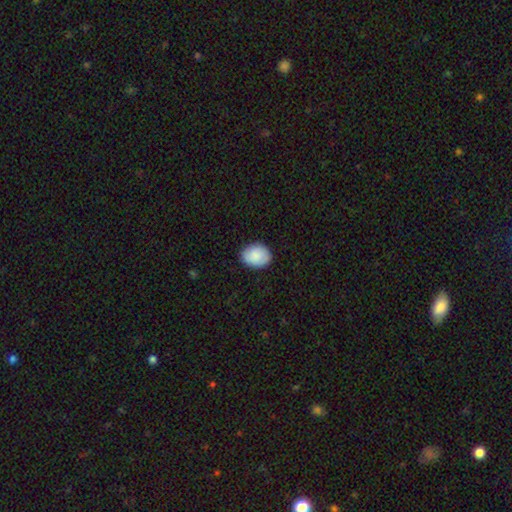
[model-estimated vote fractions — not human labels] smooth 88%, star or artifact 6%, featured or disk 5%. Down the decision tree: how rounded — in between (60%); merging — none (86%).